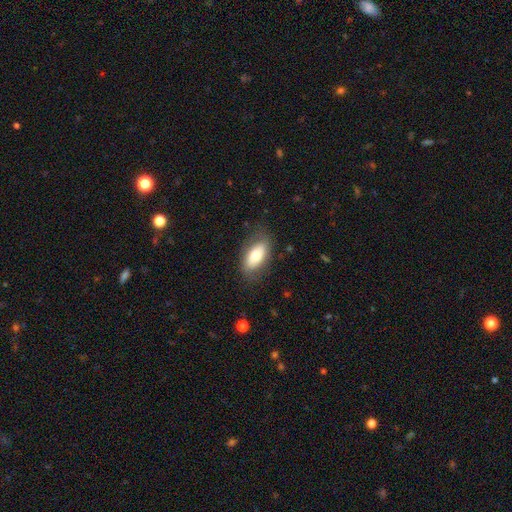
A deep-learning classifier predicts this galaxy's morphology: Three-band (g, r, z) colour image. It shows a smooth galaxy with no disk features (68%) that is in between round and cigar-shaped (90%). Merging: none (77%).